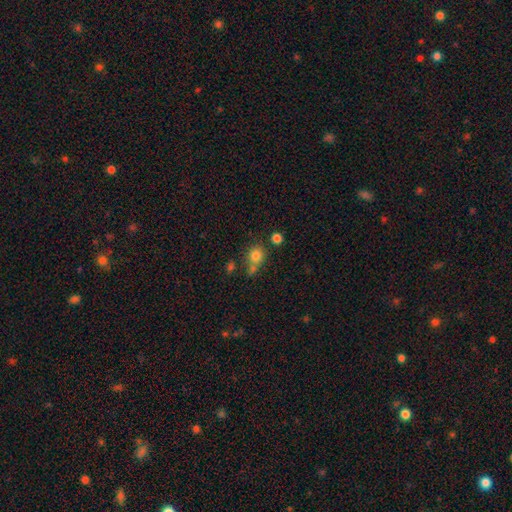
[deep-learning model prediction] The model was most divided on "merging": none: 61%, merger: 22%, minor disturbance: 13%, major disturbance: 5%. More confident: how rounded — round (82%); smooth or featured — smooth (79%).